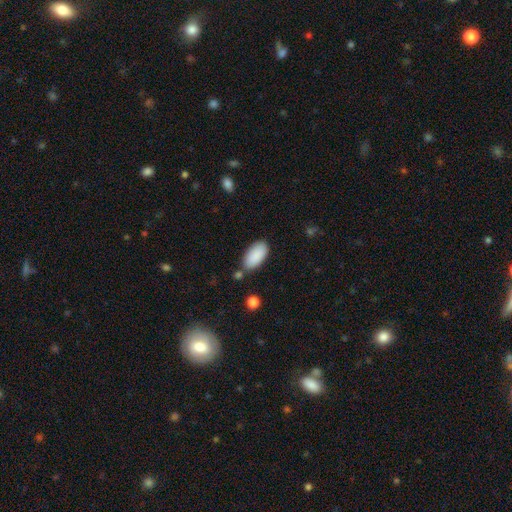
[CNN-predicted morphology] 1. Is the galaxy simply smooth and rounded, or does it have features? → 89% smooth, 6% star or artifact, 5% featured or disk.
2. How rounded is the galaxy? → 95% in between, 3% cigar-shaped, 2% round.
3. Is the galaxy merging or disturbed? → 76% none, 14% minor disturbance, 6% merger, 3% major disturbance.